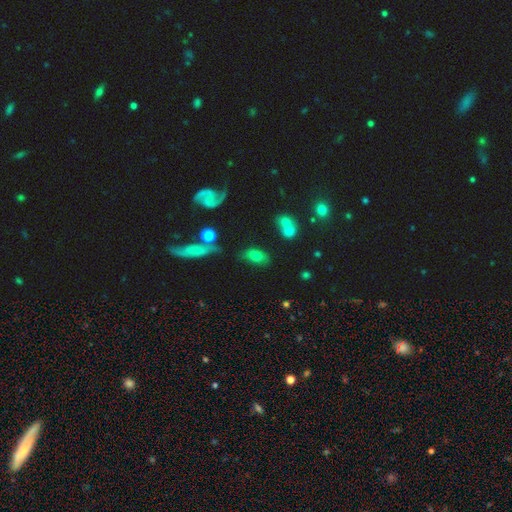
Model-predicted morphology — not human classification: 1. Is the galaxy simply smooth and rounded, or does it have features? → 70% smooth, 19% featured or disk, 12% star or artifact.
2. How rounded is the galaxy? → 84% in between, 11% round, 5% cigar-shaped.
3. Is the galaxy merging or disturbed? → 59% none, 19% minor disturbance, 13% merger, 9% major disturbance.